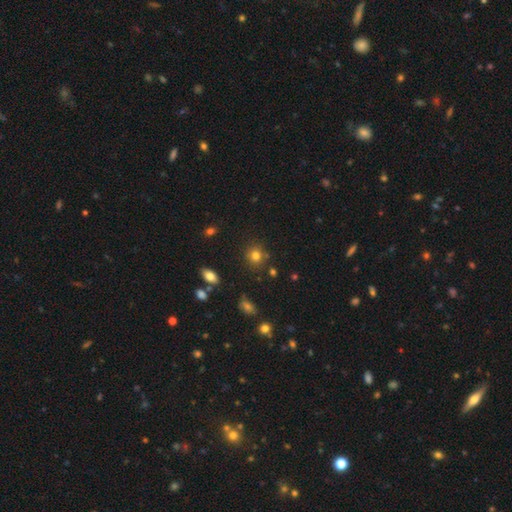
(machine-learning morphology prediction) A smooth galaxy with no disk features (78%) that is round (81%).

Vote fractions:
- Smooth or featured? smooth: 78% / star or artifact: 14% / featured or disk: 8%
- How rounded? round: 81% / in between: 17% / cigar-shaped: 1%
- Merging? none: 80% / minor disturbance: 11% / merger: 6% / major disturbance: 3%